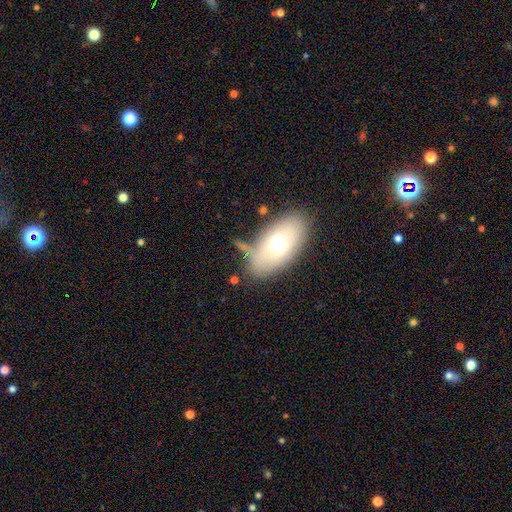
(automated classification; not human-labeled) This is likely a smooth galaxy (62%). How rounded: clearly in between (84%). Merging: likely none (63%).